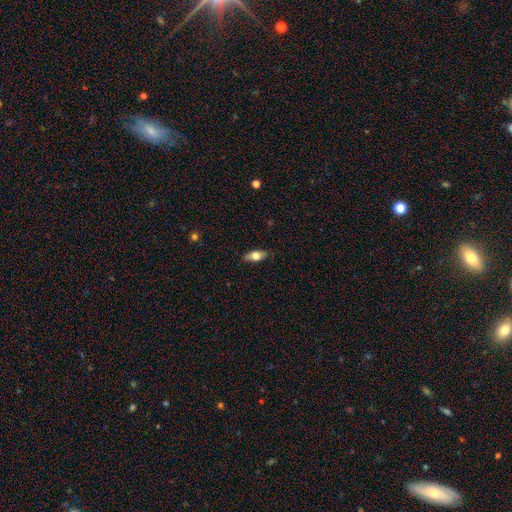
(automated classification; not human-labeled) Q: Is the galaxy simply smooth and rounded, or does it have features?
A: smooth — 63%.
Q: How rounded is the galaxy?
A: in between — 75%.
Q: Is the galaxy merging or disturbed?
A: none — 84%.